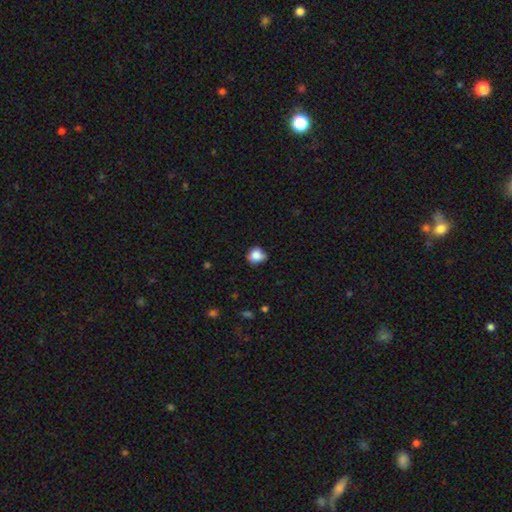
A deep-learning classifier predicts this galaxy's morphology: Overall: smooth (83%). How rounded: round (75%). Merging: none (59%; minor disturbance 33%).